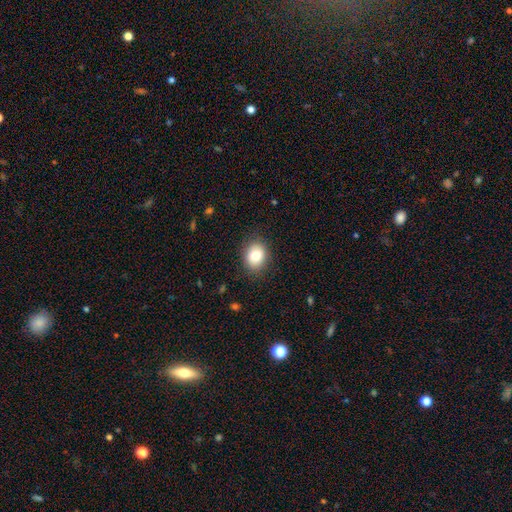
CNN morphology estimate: The model was most divided on "how rounded": in between: 50%, round: 49%, cigar-shaped: 1%. More confident: merging — none (86%); smooth or featured — smooth (82%).